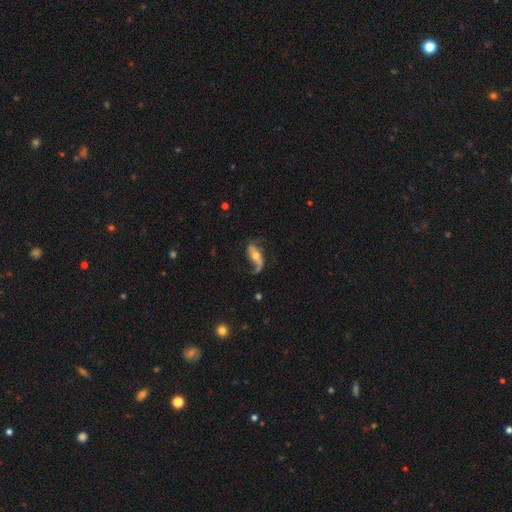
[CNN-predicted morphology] Smooth or featured?
  - featured or disk: 74% *
  - smooth: 19%
  - star or artifact: 7%
Edge-on disk?
  - no: 89% *
  - yes: 11%
Bar?
  - no: 47% *
  - weak: 29%
  - strong: 24%
Spiral arms?
  - yes: 89% *
  - no: 11%
Spiral winding?
  - loose: 77% *
  - medium: 17%
  - tight: 6%
Spiral arm count?
  - 2: 68% *
  - 1: 26%
  - can't tell: 4%
  - 3: 1%
  - 4: 1%
  - more than 4: 1%
Bulge size?
  - moderate: 64% *
  - small: 26%
  - large: 7%
  - none: 2%
  - dominant: 1%
Merging?
  - none: 52% *
  - minor disturbance: 22%
  - major disturbance: 22%
  - merger: 3%